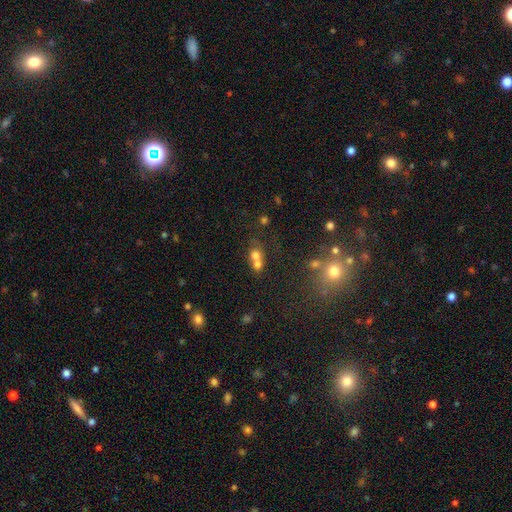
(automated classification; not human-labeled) Q: Smooth or featured?
A: smooth (68%); runner-up: featured or disk (18%)
Q: How rounded?
A: round (66%); runner-up: in between (32%)
Q: Merging?
A: merger (64%); runner-up: none (25%)